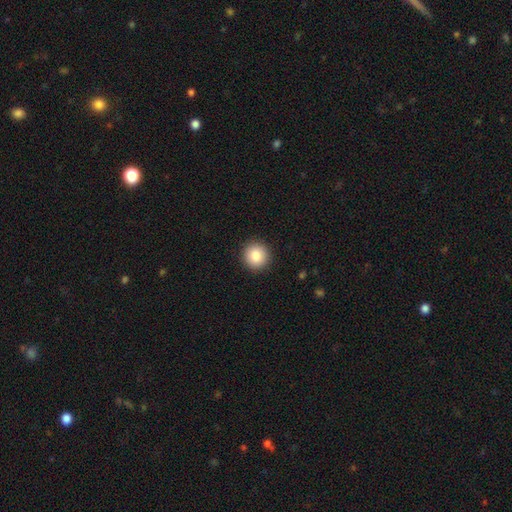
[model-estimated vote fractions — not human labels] smooth-or-featured: smooth: 84% | star or artifact: 9% | featured or disk: 7%
  how-rounded: round: 94% | in between: 5% | cigar-shaped: 1%
  merging: none: 93% | minor disturbance: 5% | major disturbance: 2% | merger: 1%